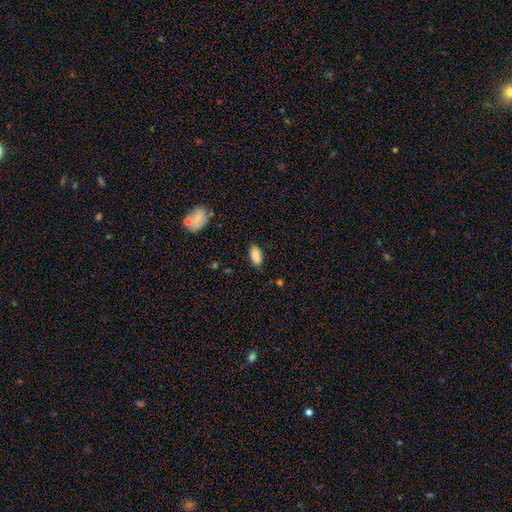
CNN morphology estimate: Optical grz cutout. It shows a smooth galaxy with no disk features (87%) that is in between round and cigar-shaped (92%). Merging: none (84%).